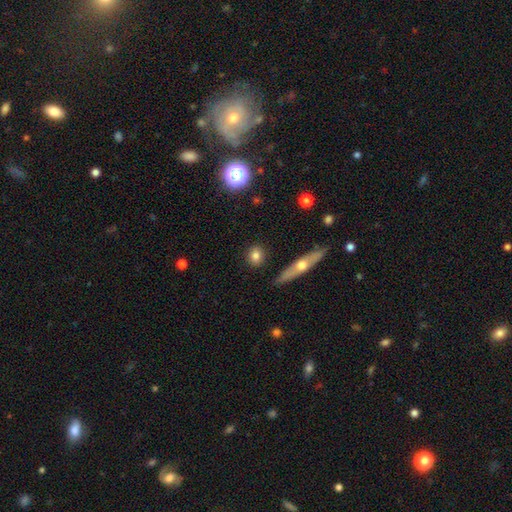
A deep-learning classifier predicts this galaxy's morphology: type=smooth (78%); roundness=round (71%); merging=none (88%).